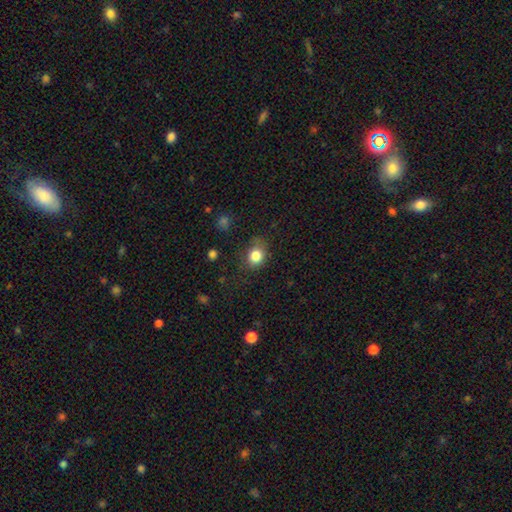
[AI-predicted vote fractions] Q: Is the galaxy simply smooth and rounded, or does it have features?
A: smooth — 83%.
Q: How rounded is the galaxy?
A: round — 58%.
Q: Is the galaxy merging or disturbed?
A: none — 67%.